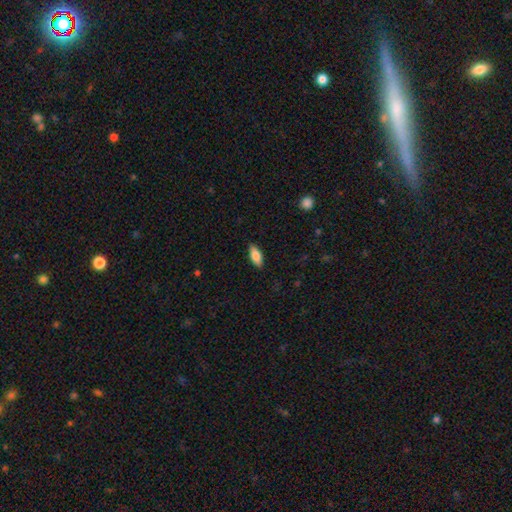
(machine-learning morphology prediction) A smooth galaxy with no disk features (77%) that is in between round and cigar-shaped (79%).

Vote fractions:
- Smooth or featured? smooth: 77% / featured or disk: 17% / star or artifact: 6%
- How rounded? in between: 79% / cigar-shaped: 18% / round: 2%
- Merging? none: 88% / minor disturbance: 9% / major disturbance: 2% / merger: 1%